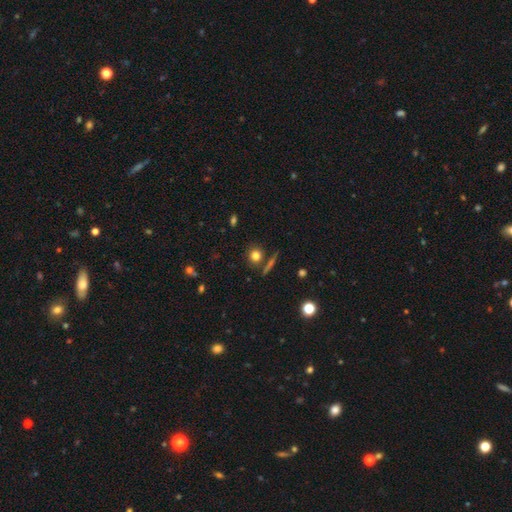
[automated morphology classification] Smooth or featured? Predicted: smooth (p=0.78). How rounded? Predicted: round (p=0.82). Merging? Predicted: none (p=0.79).